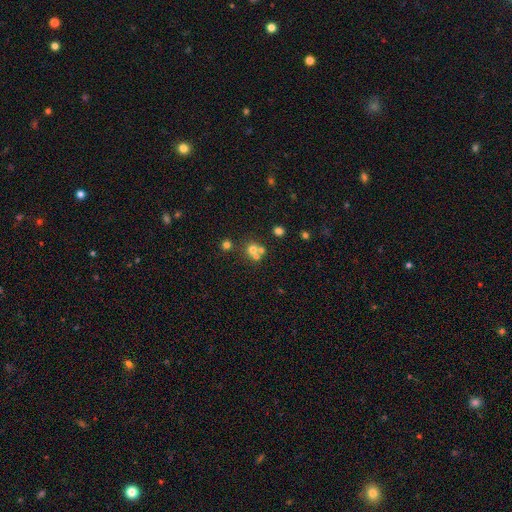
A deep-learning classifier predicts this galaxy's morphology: A smooth galaxy with no disk features (46%). Merging: none (61%).